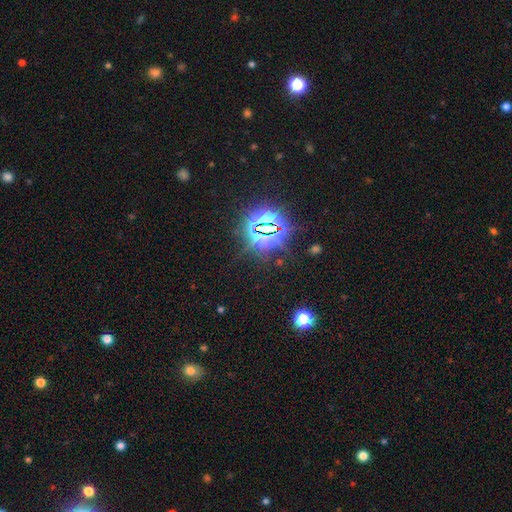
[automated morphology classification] A star or artifact, not a galaxy (82%).

Vote fractions:
- Smooth or featured? star or artifact: 82% / smooth: 11% / featured or disk: 7%